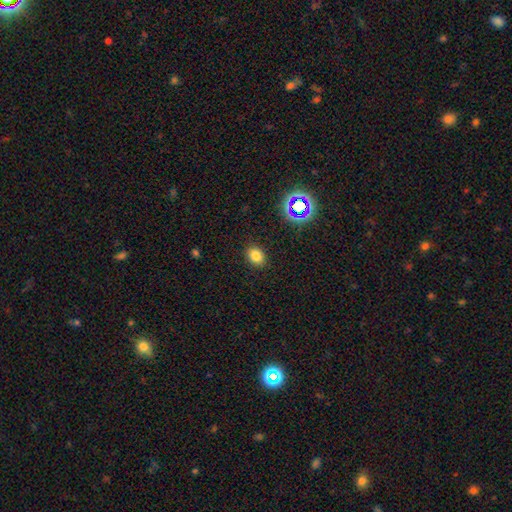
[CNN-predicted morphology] type=smooth (79%); roundness=in between (61%); merging=none (88%).